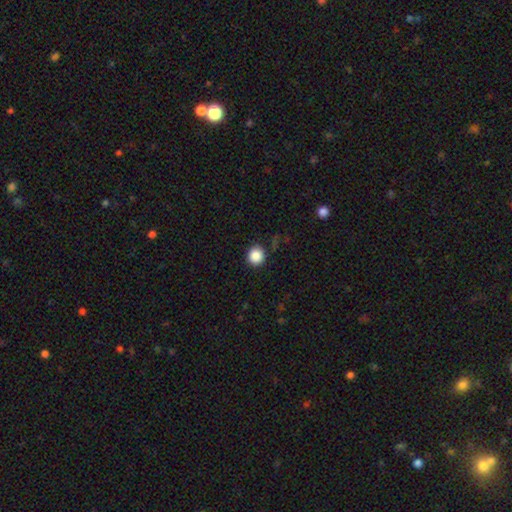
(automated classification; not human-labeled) The model was most divided on "smooth or featured": smooth: 87%, star or artifact: 10%, featured or disk: 3%. More confident: how rounded — round (91%); merging — none (88%).